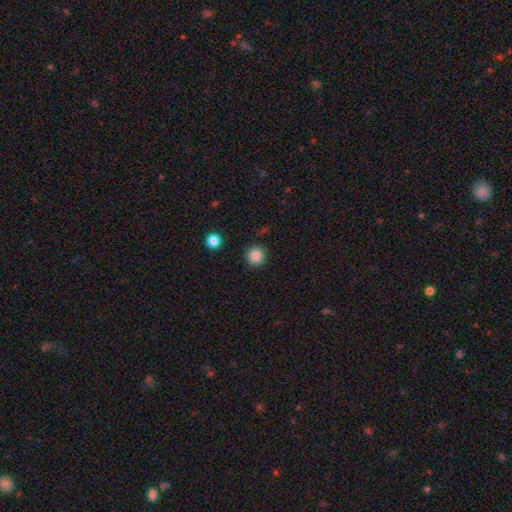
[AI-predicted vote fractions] smooth_or_featured: smooth (p=0.86) [alt: star or artifact p=0.10]
how_rounded: round (p=0.94) [alt: in between p=0.05]
merging: none (p=0.91) [alt: minor disturbance p=0.06]